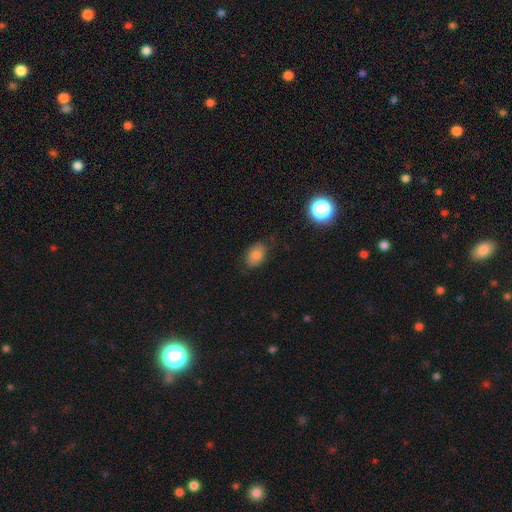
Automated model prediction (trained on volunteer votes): smooth_or_featured: smooth (p=0.79) [alt: featured or disk p=0.11]
how_rounded: in between (p=0.85) [alt: round p=0.13]
merging: none (p=0.78) [alt: minor disturbance p=0.17]